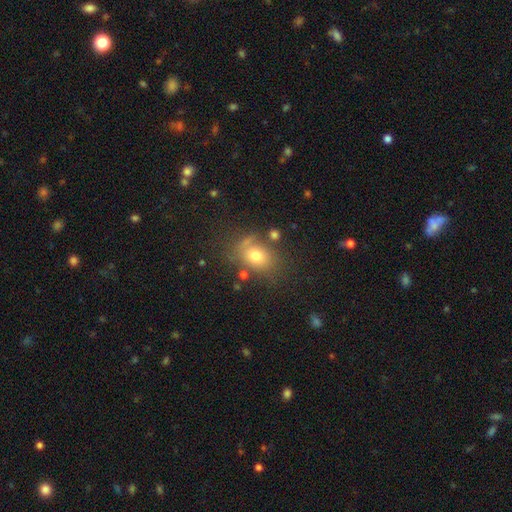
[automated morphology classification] The model was most divided on "how rounded": in between: 59%, round: 39%, cigar-shaped: 1%. More confident: smooth or featured — smooth (71%); merging — none (64%).